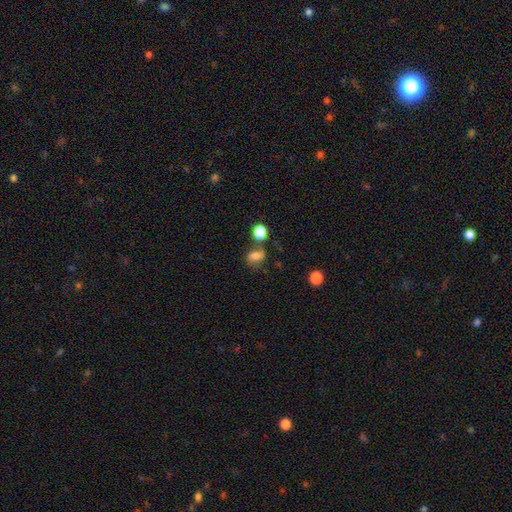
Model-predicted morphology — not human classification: type=smooth (64%); roundness=in between (59%); merging=none (51%).